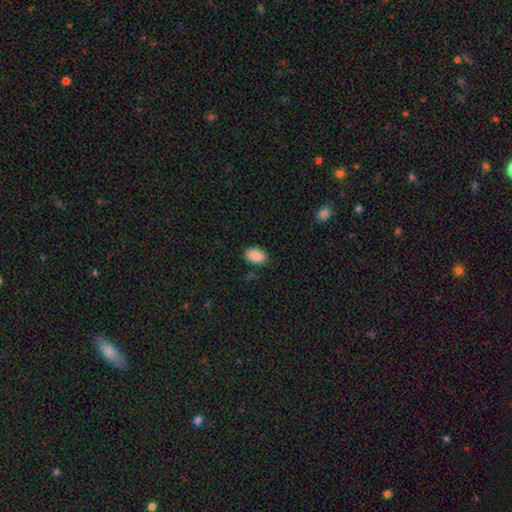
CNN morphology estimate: type=smooth (89%); roundness=in between (91%); merging=none (82%).